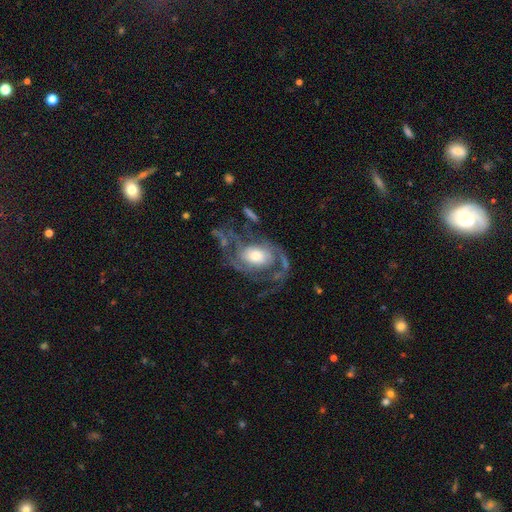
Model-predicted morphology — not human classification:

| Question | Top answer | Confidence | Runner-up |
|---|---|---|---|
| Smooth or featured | featured or disk | 87% | smooth (8%) |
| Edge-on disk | no | 97% | yes (3%) |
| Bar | no | 67% | weak (25%) |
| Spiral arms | yes | 93% | no (7%) |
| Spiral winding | medium | 48% | tight (27%) |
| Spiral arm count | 2 | 56% | 3 (15%) |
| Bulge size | moderate | 48% | large (33%) |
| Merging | none | 51% | major disturbance (27%) |